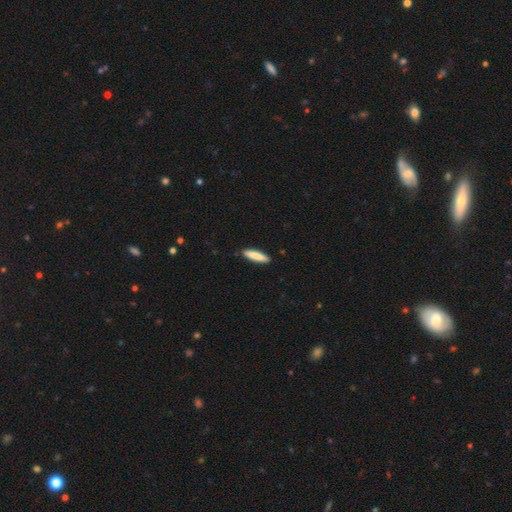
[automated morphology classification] Smooth or featured: smooth — 85% (featured or disk — 10%)
How rounded: cigar-shaped — 77% (in between — 22%)
Merging: none — 90% (minor disturbance — 8%)